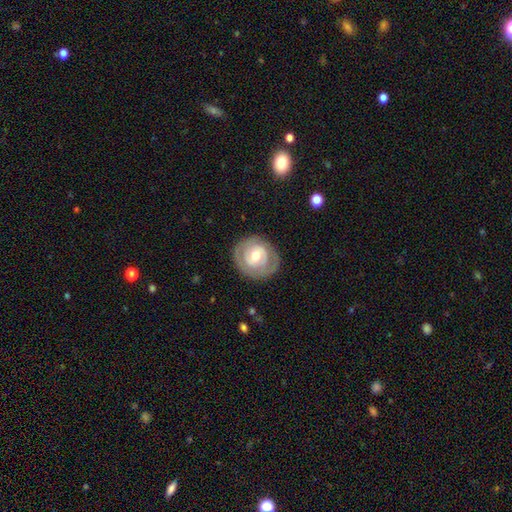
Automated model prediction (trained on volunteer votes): Smooth or featured?
  - featured or disk: 70% *
  - smooth: 25%
  - star or artifact: 5%
Edge-on disk?
  - no: 97% *
  - yes: 3%
Bar?
  - no: 47% *
  - weak: 39%
  - strong: 14%
Spiral arms?
  - yes: 74% *
  - no: 26%
Spiral winding?
  - tight: 66% *
  - medium: 26%
  - loose: 8%
Spiral arm count?
  - 2: 63% *
  - can't tell: 21%
  - 1: 8%
  - 3: 5%
  - 4: 2%
  - more than 4: 2%
Bulge size?
  - moderate: 69% *
  - small: 22%
  - large: 7%
  - none: 1%
  - dominant: 1%
Merging?
  - none: 82% *
  - minor disturbance: 12%
  - major disturbance: 5%
  - merger: 1%